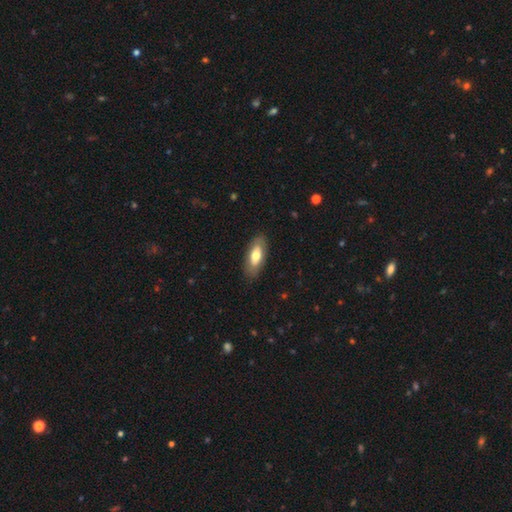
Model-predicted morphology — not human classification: Smooth or featured? smooth (65%)
How rounded? in between (84%)
Merging? none (85%)